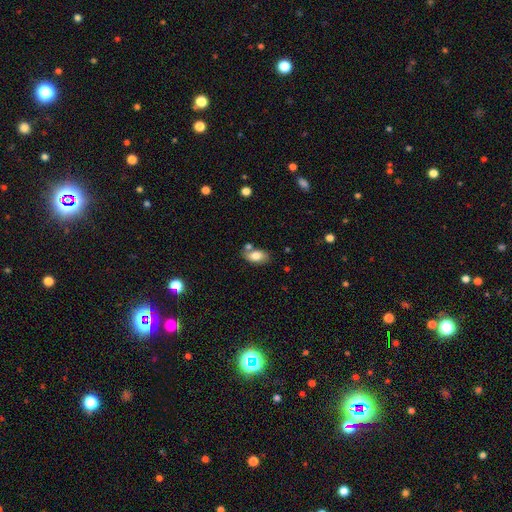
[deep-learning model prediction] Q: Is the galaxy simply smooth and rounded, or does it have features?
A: smooth — 78%.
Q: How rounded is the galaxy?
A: in between — 91%.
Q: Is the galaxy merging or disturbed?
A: none — 63%.